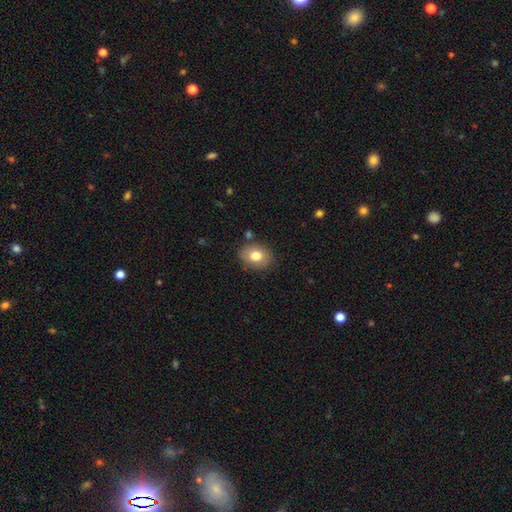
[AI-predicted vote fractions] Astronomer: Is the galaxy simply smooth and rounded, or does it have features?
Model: smooth — 78%.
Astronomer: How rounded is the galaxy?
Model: in between — 58% (runner-up: round, 41%).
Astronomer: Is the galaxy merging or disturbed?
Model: none — 83%.